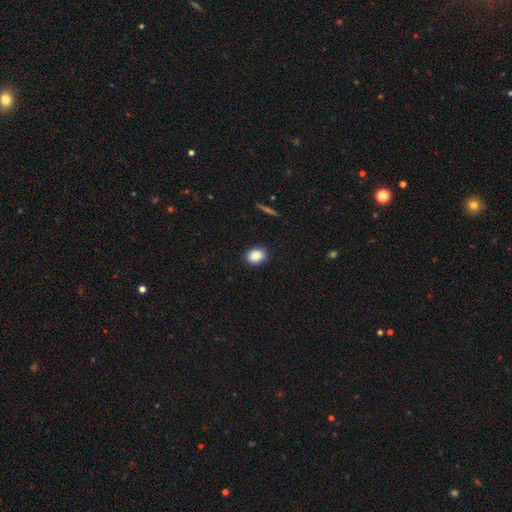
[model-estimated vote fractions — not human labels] A smooth galaxy with no disk features (88%) that is in between round and cigar-shaped (68%). Merging: none (89%).